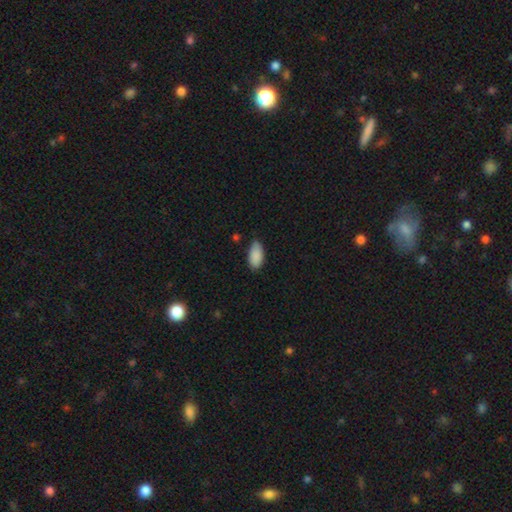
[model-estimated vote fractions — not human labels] Smooth or featured? smooth (89%)
How rounded? in between (94%)
Merging? none (74%)